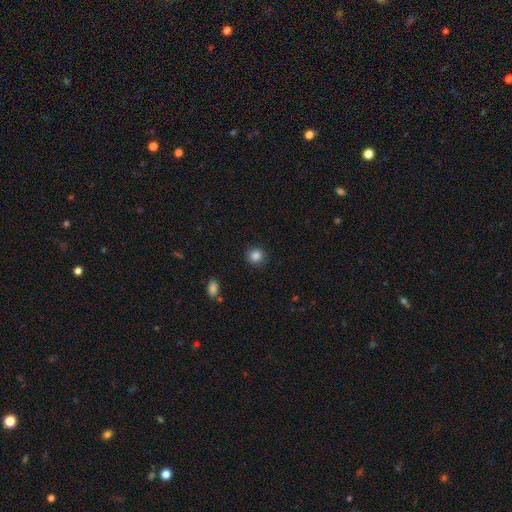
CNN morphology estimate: smooth 86%, star or artifact 10%, featured or disk 3%. Down the decision tree: how rounded — round (88%); merging — none (88%).